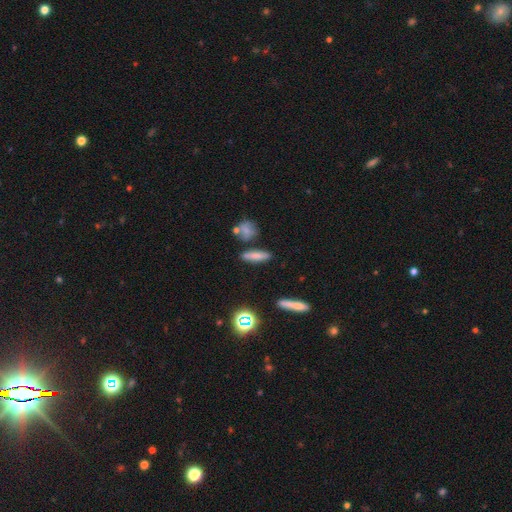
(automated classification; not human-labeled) Smooth or featured? smooth (71%)
How rounded? cigar-shaped (64%)
Merging? none (74%)